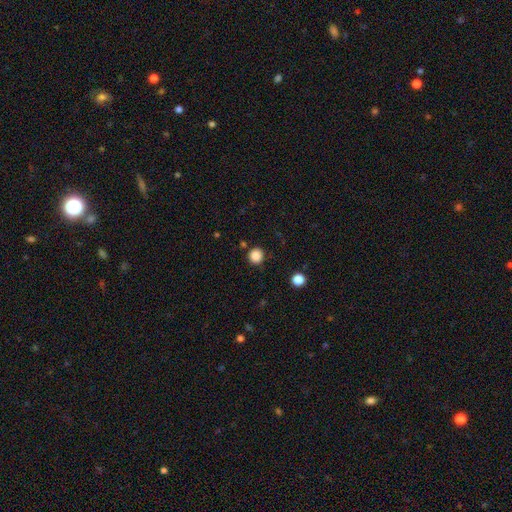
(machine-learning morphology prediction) smooth-or-featured: smooth: 87% | star or artifact: 11% | featured or disk: 3%
  how-rounded: round: 94% | in between: 6% | cigar-shaped: 1%
  merging: none: 87% | minor disturbance: 8% | merger: 3% | major disturbance: 2%